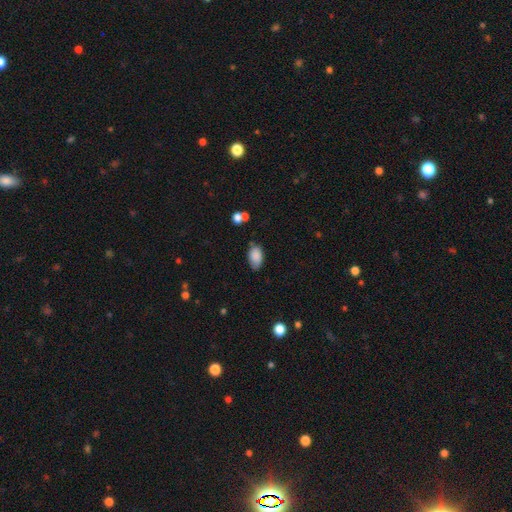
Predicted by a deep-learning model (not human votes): smooth 86%, star or artifact 8%, featured or disk 6%. Down the decision tree: how rounded — in between (92%); merging — none (67%).